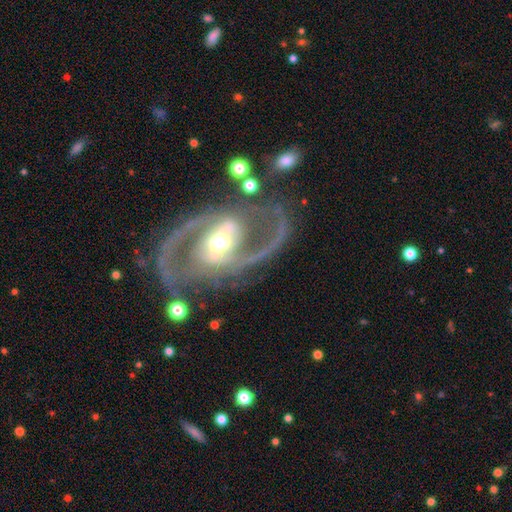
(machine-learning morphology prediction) This is clearly a featured or disk galaxy (92%). It is clearly not viewed edge-on (97%). Bar: marginally strong (34%). Spiral arm pattern: clearly yes (98%). Spiral arm count: clearly 2 (93%). Spiral winding: likely medium (62%). Central bulge: possibly moderate (56%). Merging: likely none (77%).